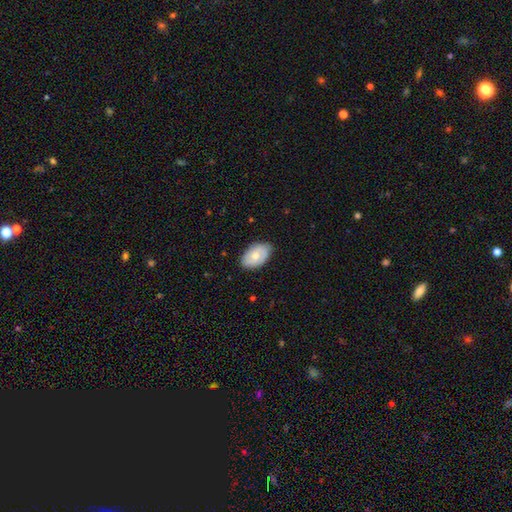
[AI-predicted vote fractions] Smooth or featured? Predicted: smooth (p=0.64). How rounded? Predicted: in between (p=0.92). Merging? Predicted: none (p=0.81).